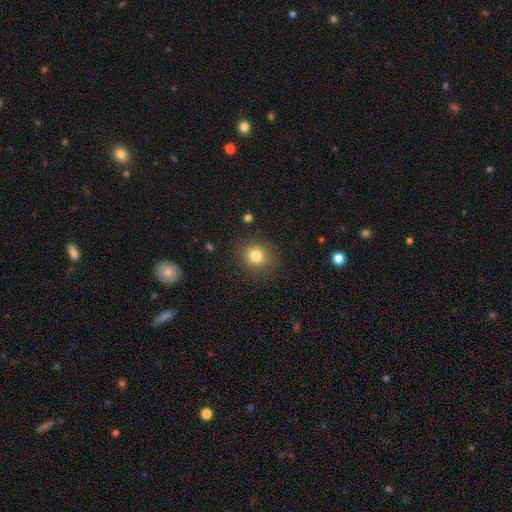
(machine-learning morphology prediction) Smooth or featured? smooth (81%)
How rounded? round (84%)
Merging? none (86%)